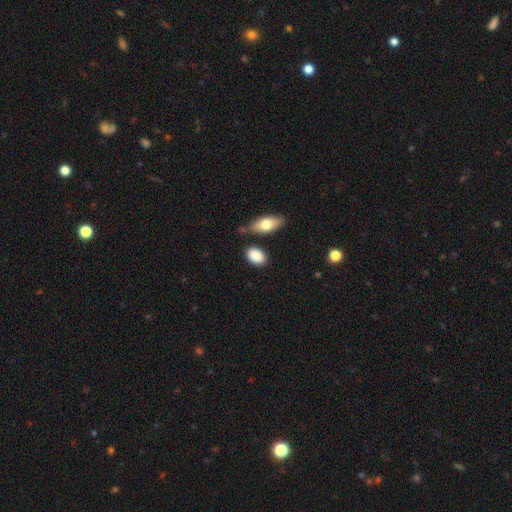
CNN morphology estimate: Smooth or featured: smooth — 88% (star or artifact — 6%)
How rounded: in between — 86% (round — 11%)
Merging: none — 74% (minor disturbance — 14%)